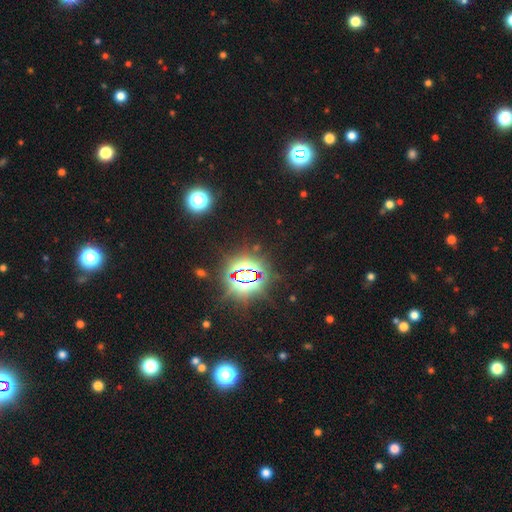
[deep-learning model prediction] This appears to be a star or artifact, not a galaxy (78%).